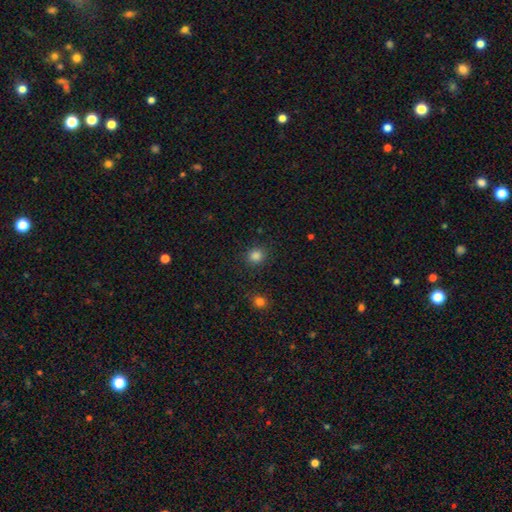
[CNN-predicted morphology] This appears to be a smooth galaxy with no disk features (84%) that is round (87%). Merging: none (89%).